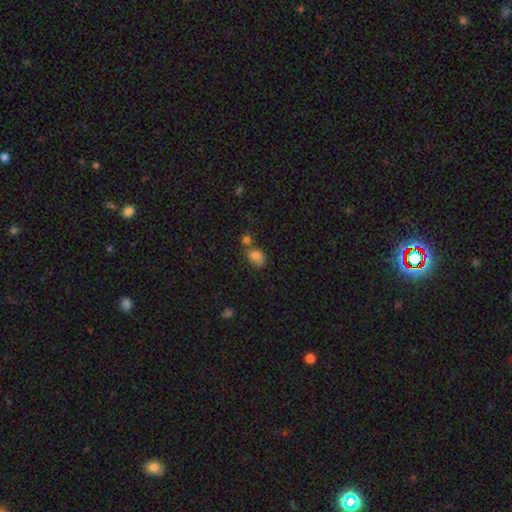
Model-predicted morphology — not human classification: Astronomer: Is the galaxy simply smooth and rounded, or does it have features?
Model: smooth — 76%.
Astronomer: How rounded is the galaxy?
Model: in between — 70%.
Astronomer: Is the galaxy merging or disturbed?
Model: none — 40% (runner-up: merger, 32%).